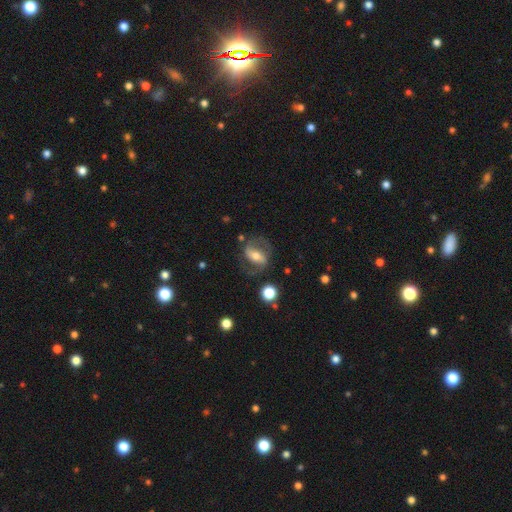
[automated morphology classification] Smooth or featured?
  - featured or disk: 73% *
  - smooth: 20%
  - star or artifact: 7%
Edge-on disk?
  - no: 94% *
  - yes: 6%
Bar?
  - strong: 52% *
  - weak: 30%
  - no: 19%
Spiral arms?
  - yes: 85% *
  - no: 15%
Spiral winding?
  - medium: 49% *
  - loose: 32%
  - tight: 19%
Spiral arm count?
  - 2: 88% *
  - can't tell: 6%
  - 1: 3%
  - 3: 1%
  - 4: 1%
  - more than 4: 1%
Bulge size?
  - moderate: 60% *
  - small: 25%
  - large: 12%
  - none: 2%
  - dominant: 2%
Merging?
  - none: 69% *
  - minor disturbance: 16%
  - major disturbance: 12%
  - merger: 2%